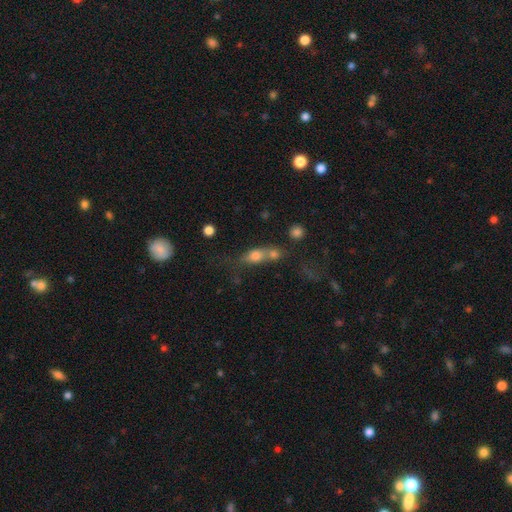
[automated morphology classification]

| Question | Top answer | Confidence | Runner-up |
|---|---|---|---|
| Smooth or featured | smooth | 69% | featured or disk (17%) |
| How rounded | in between | 55% | round (32%) |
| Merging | merger | 55% | none (25%) |